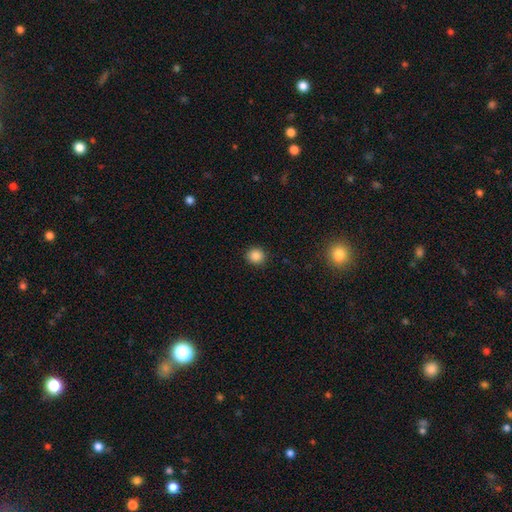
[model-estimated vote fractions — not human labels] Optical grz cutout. It shows a smooth galaxy with no disk features (86%) that is round (88%). Merging: none (91%).